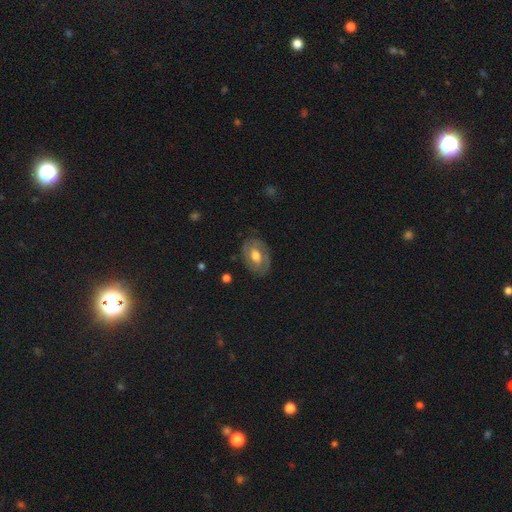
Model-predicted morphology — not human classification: smooth_or_featured: featured or disk (p=0.62) [alt: smooth p=0.32]
disk_edge_on: no (p=0.94) [alt: yes p=0.06]
bar: no (p=0.50) [alt: weak p=0.37]
has_spiral_arms: yes (p=0.62) [alt: no p=0.38]
bulge_size: moderate (p=0.66) [alt: large p=0.24]
merging: none (p=0.79) [alt: minor disturbance p=0.15]